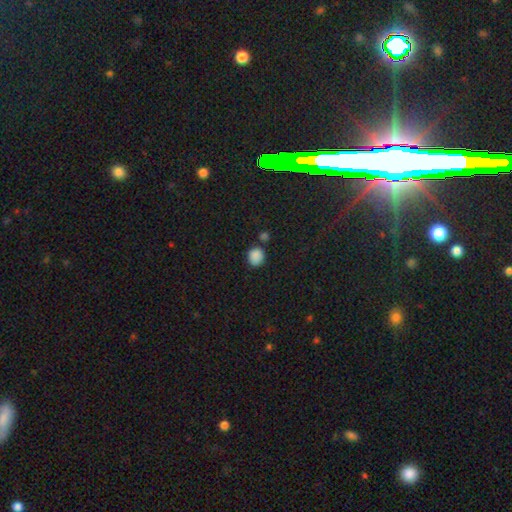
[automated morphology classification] Smooth or featured?
  - smooth: 86% *
  - star or artifact: 10%
  - featured or disk: 3%
How rounded?
  - round: 75% *
  - in between: 24%
  - cigar-shaped: 1%
Merging?
  - none: 76% *
  - minor disturbance: 12%
  - merger: 9%
  - major disturbance: 3%